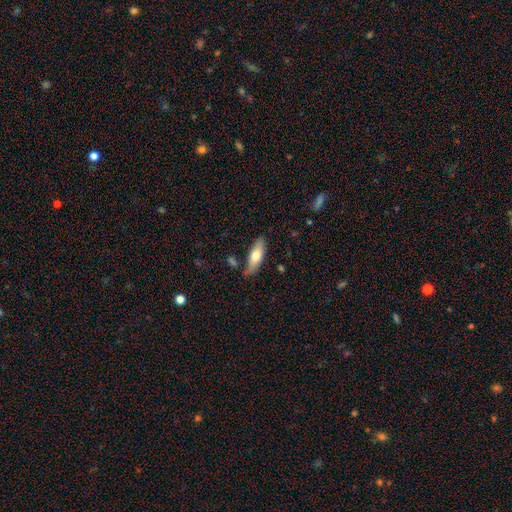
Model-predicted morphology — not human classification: smooth-or-featured: smooth: 68% | featured or disk: 26% | star or artifact: 6%
  how-rounded: in between: 60% | cigar-shaped: 38% | round: 2%
  merging: none: 79% | minor disturbance: 14% | merger: 4% | major disturbance: 3%